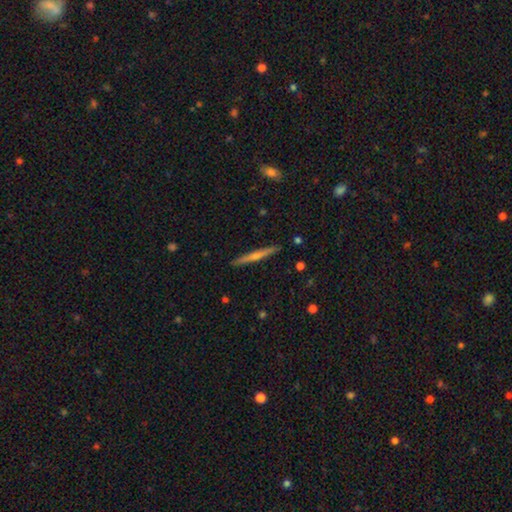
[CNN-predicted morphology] The model was most divided on "smooth or featured": featured or disk: 62%, smooth: 32%, star or artifact: 6%. More confident: edge-on disk — yes (98%); merging — none (91%); edge-on bulge — rounded (66%).